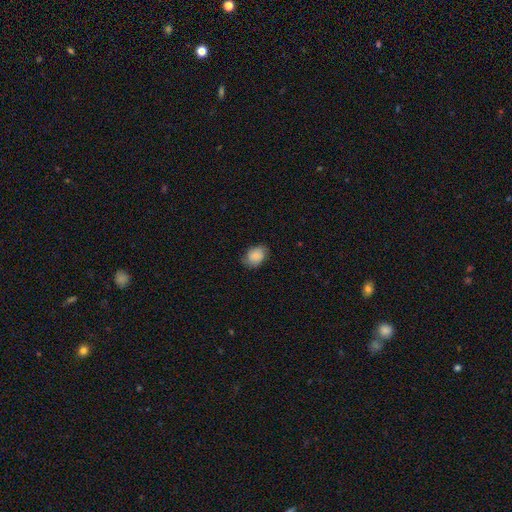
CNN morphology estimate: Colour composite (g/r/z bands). It shows a smooth galaxy with no disk features (78%) that is in between round and cigar-shaped (72%). Merging: none (70%).